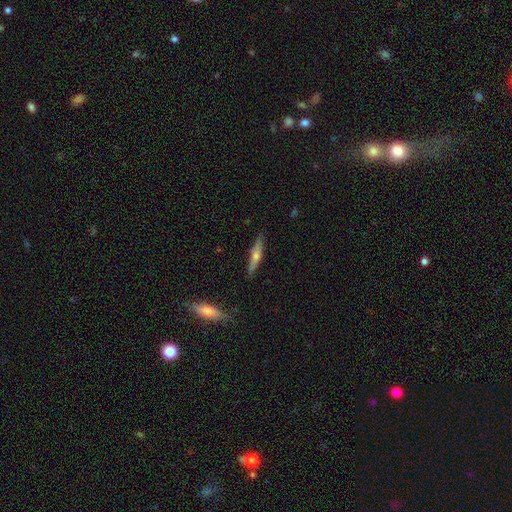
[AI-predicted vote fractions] Smooth or featured?
  - featured or disk: 54% *
  - smooth: 40%
  - star or artifact: 6%
Edge-on disk?
  - yes: 94% *
  - no: 6%
Edge-on bulge?
  - rounded: 87% *
  - none: 9%
  - boxy: 4%
Merging?
  - none: 87% *
  - minor disturbance: 10%
  - major disturbance: 2%
  - merger: 1%